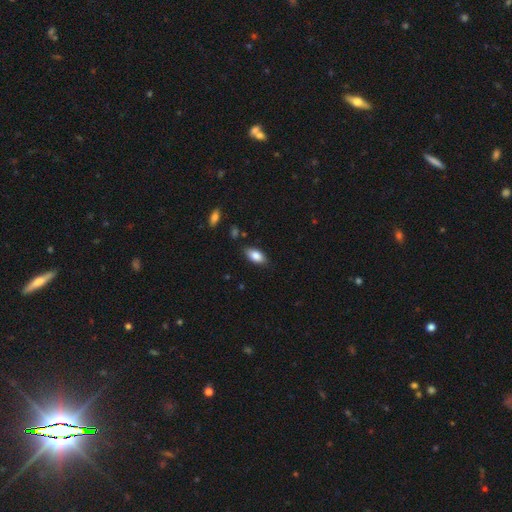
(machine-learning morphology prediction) This is clearly a smooth galaxy (85%). How rounded: clearly in between (91%). Merging: clearly none (84%).